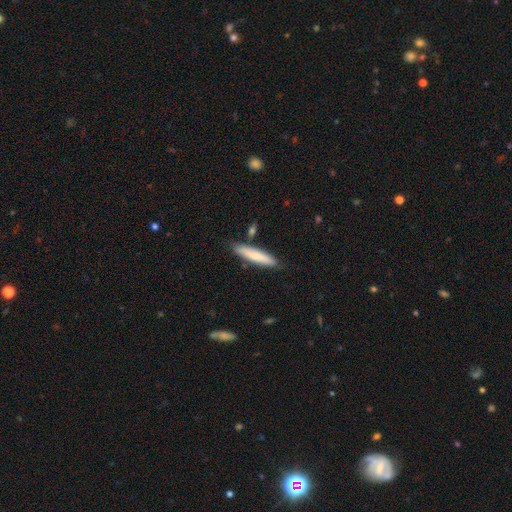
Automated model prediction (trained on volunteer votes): Smooth or featured? smooth (77%)
How rounded? cigar-shaped (87%)
Merging? none (83%)